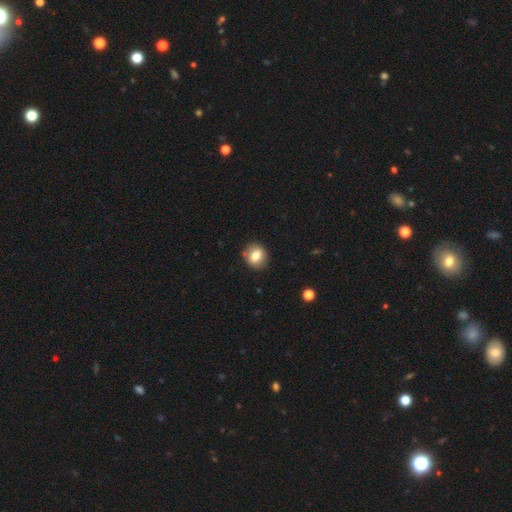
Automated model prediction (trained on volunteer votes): A smooth galaxy with no disk features (77%) that is round (71%).

Vote fractions:
- Smooth or featured? smooth: 77% / featured or disk: 14% / star or artifact: 9%
- How rounded? round: 71% / in between: 28% / cigar-shaped: 1%
- Merging? none: 85% / minor disturbance: 10% / major disturbance: 2% / merger: 2%